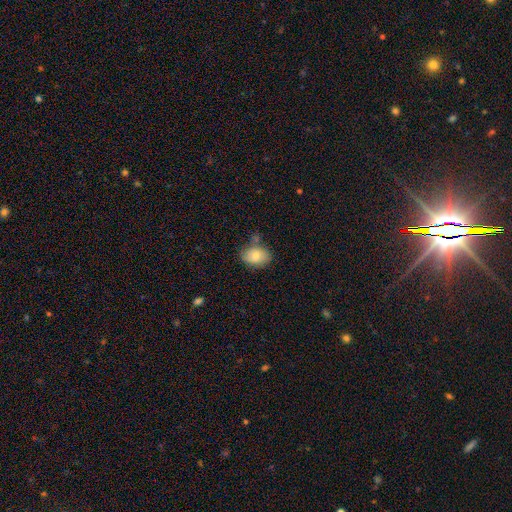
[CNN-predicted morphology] Q: Smooth or featured?
A: smooth (78%); runner-up: featured or disk (15%)
Q: How rounded?
A: in between (76%); runner-up: round (22%)
Q: Merging?
A: none (67%); runner-up: minor disturbance (21%)